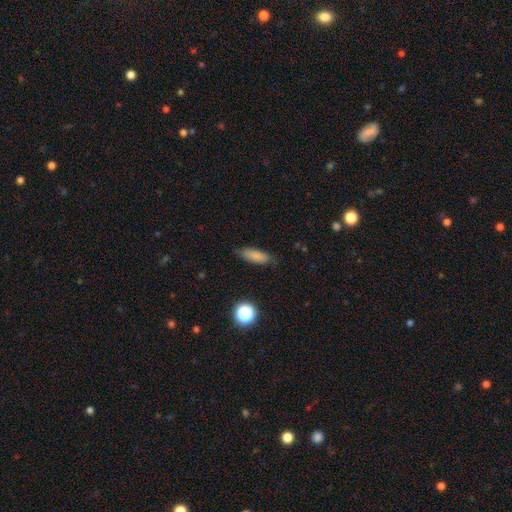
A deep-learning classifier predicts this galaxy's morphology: A smooth galaxy with no disk features (82%) that is in between round and cigar-shaped (59%).

Vote fractions:
- Smooth or featured? smooth: 82% / star or artifact: 9% / featured or disk: 9%
- How rounded? in between: 59% / cigar-shaped: 38% / round: 3%
- Merging? none: 80% / minor disturbance: 16% / major disturbance: 3% / merger: 1%